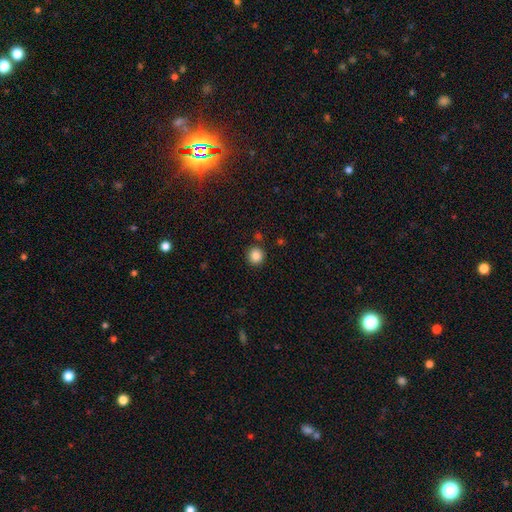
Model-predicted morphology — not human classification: This appears to be a smooth galaxy with no disk features (86%) that is round (92%). Merging: none (87%).